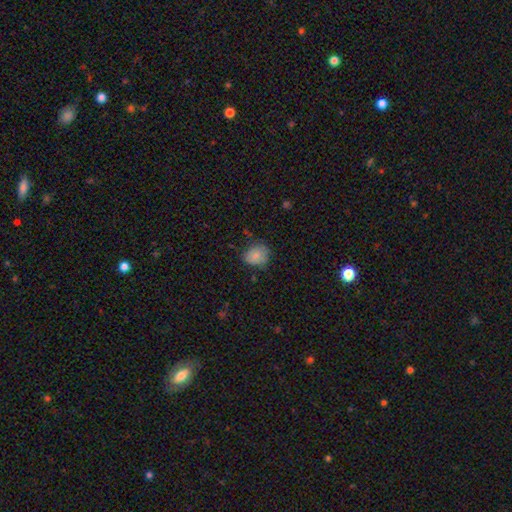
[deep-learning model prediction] This is clearly a smooth galaxy (81%). How rounded: likely round (61%). Merging: likely none (66%).